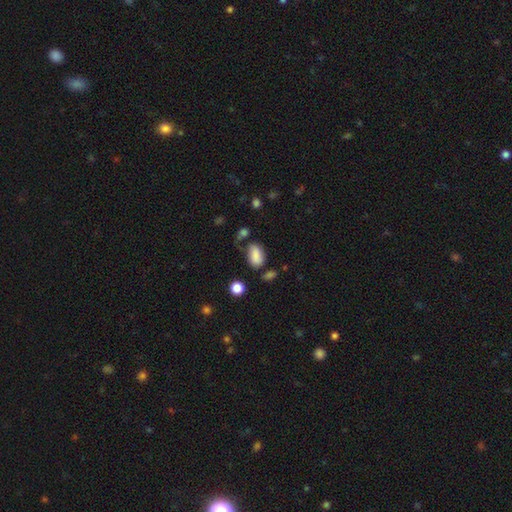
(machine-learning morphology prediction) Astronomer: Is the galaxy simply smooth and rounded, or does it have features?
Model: smooth — 83%.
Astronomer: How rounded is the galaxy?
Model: in between — 90%.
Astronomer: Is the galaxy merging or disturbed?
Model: none — 53%.